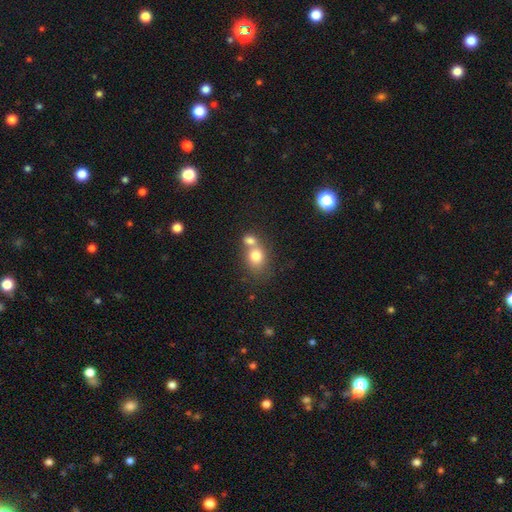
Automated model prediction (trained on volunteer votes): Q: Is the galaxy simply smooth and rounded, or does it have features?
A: smooth — 77%.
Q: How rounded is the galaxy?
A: round — 58%.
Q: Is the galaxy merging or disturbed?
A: merger — 59%.